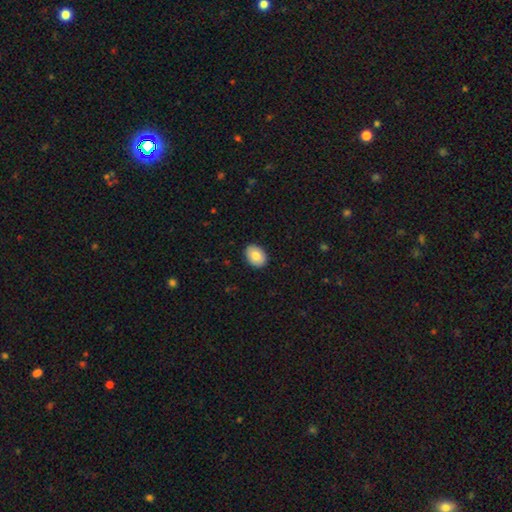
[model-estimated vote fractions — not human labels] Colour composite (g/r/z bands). It shows a smooth galaxy with no disk features (82%) that is in between round and cigar-shaped (77%). Merging: none (89%).